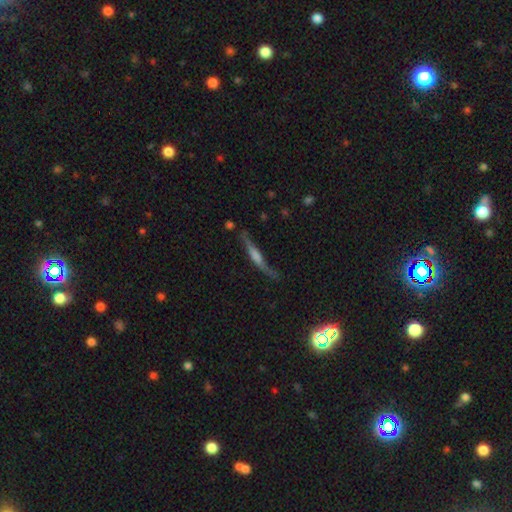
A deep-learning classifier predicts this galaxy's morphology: Q: Smooth or featured?
A: featured or disk (67%); runner-up: smooth (24%)
Q: Edge-on disk?
A: yes (90%); runner-up: no (10%)
Q: Edge-on bulge?
A: rounded (54%); runner-up: boxy (27%)
Q: Merging?
A: none (62%); runner-up: minor disturbance (24%)